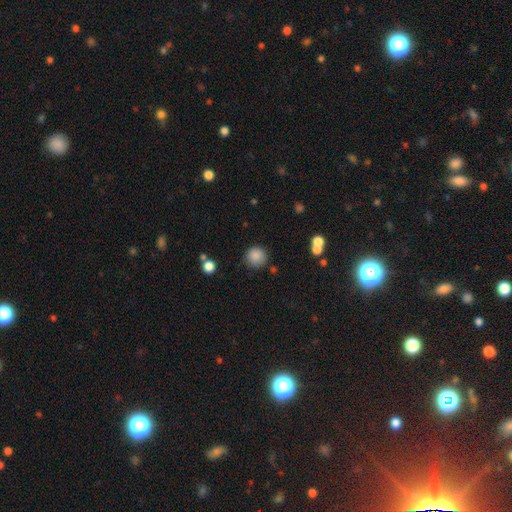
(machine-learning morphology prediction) smooth 86%, star or artifact 10%, featured or disk 4%. Down the decision tree: how rounded — round (93%); merging — none (80%).